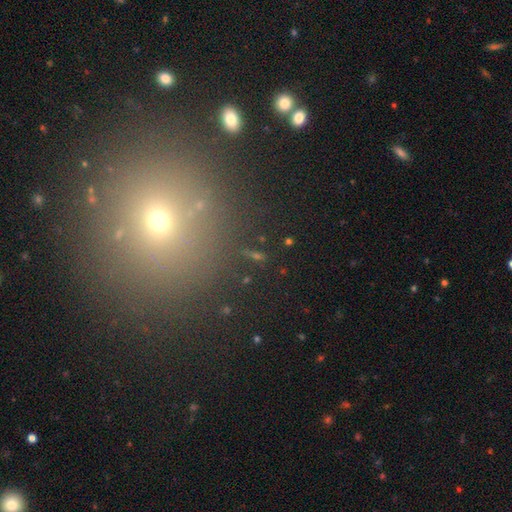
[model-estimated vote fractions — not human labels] Smooth or featured? star or artifact (44%)